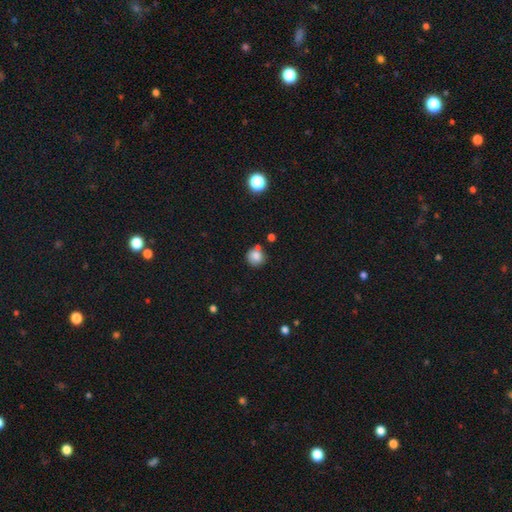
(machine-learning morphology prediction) smooth-or-featured: smooth: 83% | star or artifact: 10% | featured or disk: 7%
  how-rounded: round: 89% | in between: 10% | cigar-shaped: 1%
  merging: none: 67% | minor disturbance: 15% | merger: 14% | major disturbance: 4%